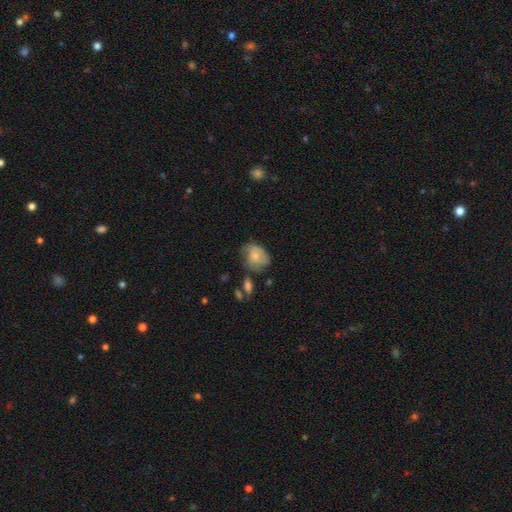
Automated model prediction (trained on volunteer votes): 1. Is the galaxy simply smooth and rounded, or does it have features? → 66% smooth, 26% featured or disk, 8% star or artifact.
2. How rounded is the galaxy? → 59% in between, 40% round, 1% cigar-shaped.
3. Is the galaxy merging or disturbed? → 38% none, 37% minor disturbance, 20% major disturbance, 5% merger.